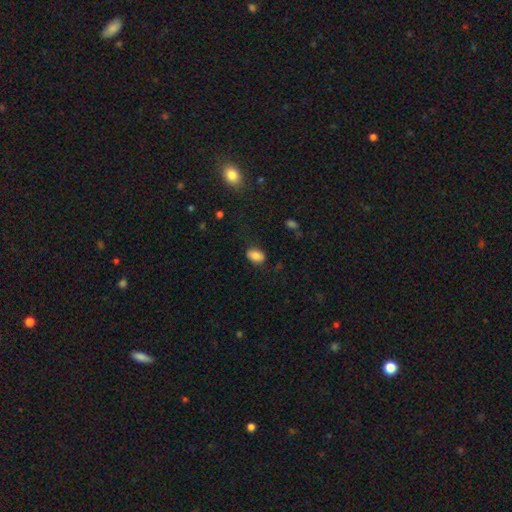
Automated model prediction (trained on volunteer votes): smooth-or-featured: smooth: 83% | star or artifact: 9% | featured or disk: 8%
  how-rounded: in between: 82% | round: 17% | cigar-shaped: 1%
  merging: none: 80% | minor disturbance: 15% | major disturbance: 4% | merger: 1%